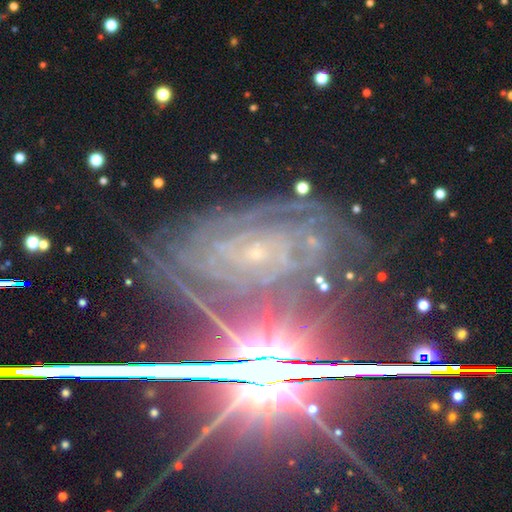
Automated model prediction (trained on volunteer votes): Morphology: type=featured or disk (65%); edge-on=no (91%); bar=no (63%); spiral arms=yes (94%); winding=tight (76%); arm count=can't tell (39%); bulge=small (81%); merging=none (72%).